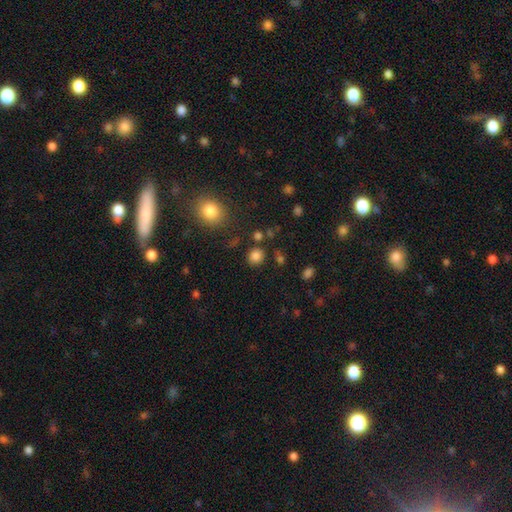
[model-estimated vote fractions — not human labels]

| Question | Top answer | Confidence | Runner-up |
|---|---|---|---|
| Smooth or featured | smooth | 83% | star or artifact (13%) |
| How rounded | round | 82% | in between (17%) |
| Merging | none | 83% | minor disturbance (9%) |